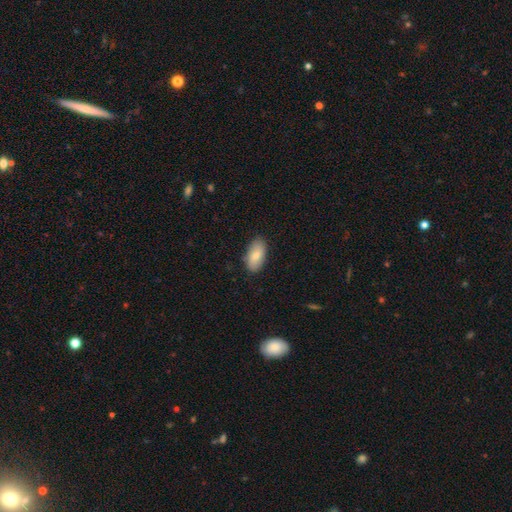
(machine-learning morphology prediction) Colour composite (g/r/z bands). It shows a smooth galaxy with no disk features (82%) that is in between round and cigar-shaped (93%). Merging: none (84%).